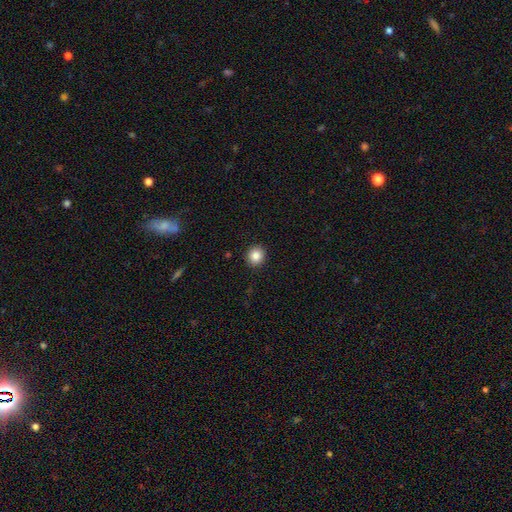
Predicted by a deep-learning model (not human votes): A smooth galaxy with no disk features (86%) that is round (90%).

Vote fractions:
- Smooth or featured? smooth: 86% / star or artifact: 10% / featured or disk: 5%
- How rounded? round: 90% / in between: 9% / cigar-shaped: 1%
- Merging? none: 92% / minor disturbance: 5% / major disturbance: 2% / merger: 1%